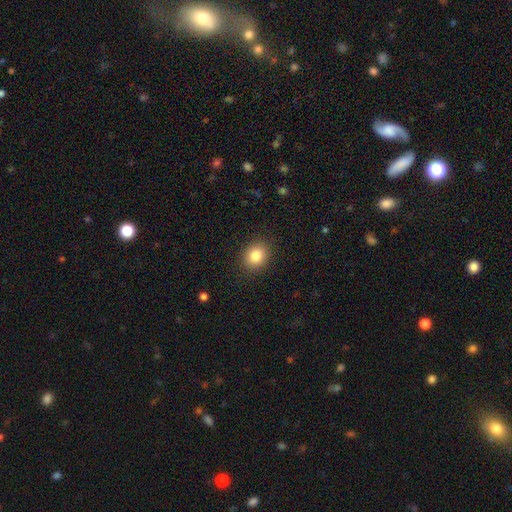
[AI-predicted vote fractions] smooth-or-featured: smooth: 84% | star or artifact: 10% | featured or disk: 6%
  how-rounded: round: 61% | in between: 38% | cigar-shaped: 1%
  merging: none: 89% | minor disturbance: 8% | major disturbance: 2% | merger: 1%